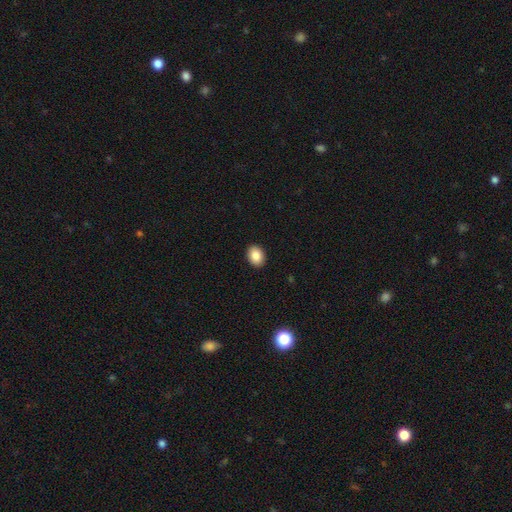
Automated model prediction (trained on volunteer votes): Smooth or featured? Predicted: smooth (p=0.88). How rounded? Predicted: in between (p=0.71). Merging? Predicted: none (p=0.91).